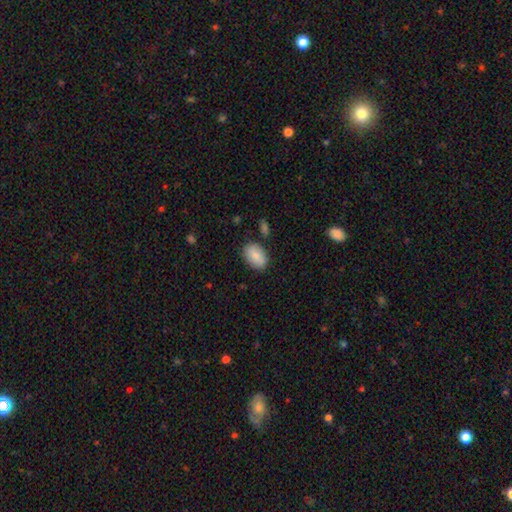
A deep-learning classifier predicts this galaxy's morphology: This is clearly a smooth galaxy (85%). How rounded: clearly in between (89%). Merging: clearly none (81%).